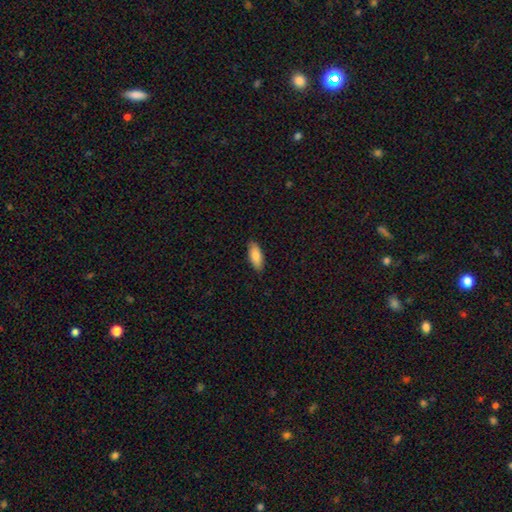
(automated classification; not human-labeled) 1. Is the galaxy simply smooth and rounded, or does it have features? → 84% smooth, 10% featured or disk, 6% star or artifact.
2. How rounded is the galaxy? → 84% in between, 14% cigar-shaped, 2% round.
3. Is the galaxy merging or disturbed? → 88% none, 9% minor disturbance, 2% major disturbance, 1% merger.